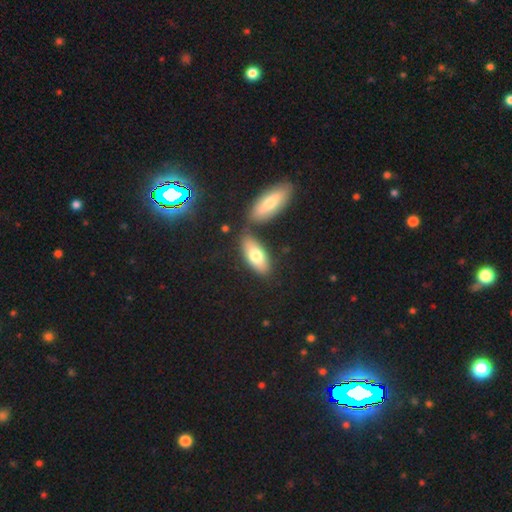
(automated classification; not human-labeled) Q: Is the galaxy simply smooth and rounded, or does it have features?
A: smooth — 72%.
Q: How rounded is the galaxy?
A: in between — 84%.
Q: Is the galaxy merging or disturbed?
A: none — 66%.